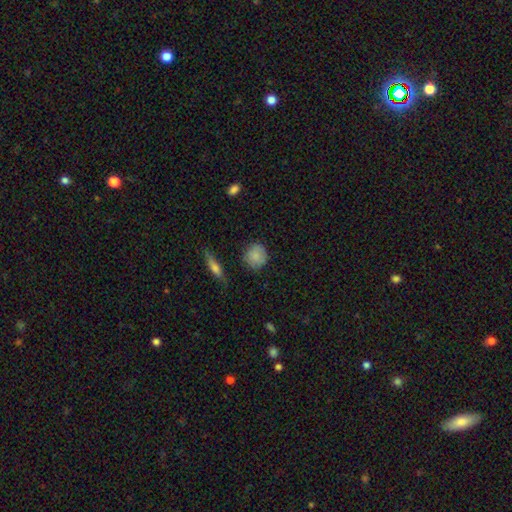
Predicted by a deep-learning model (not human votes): smooth 83%, featured or disk 9%, star or artifact 8%. Down the decision tree: how rounded — round (85%); merging — none (77%).